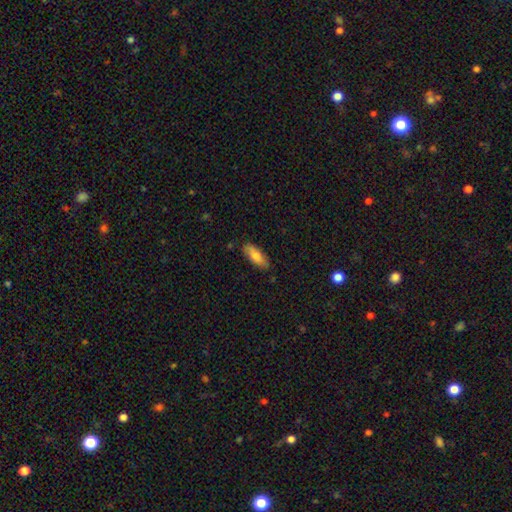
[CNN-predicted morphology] This appears to be a smooth galaxy with no disk features (79%) that is in between round and cigar-shaped (72%). Merging: none (84%).